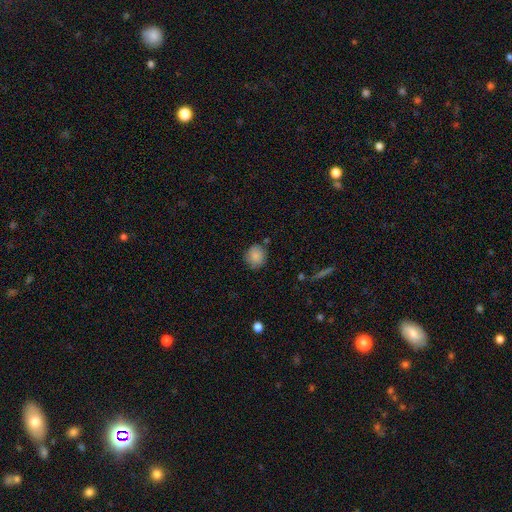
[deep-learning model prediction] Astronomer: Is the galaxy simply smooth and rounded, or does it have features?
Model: smooth — 86%.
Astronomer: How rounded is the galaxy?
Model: round — 83%.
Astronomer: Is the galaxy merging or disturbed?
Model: none — 80%.